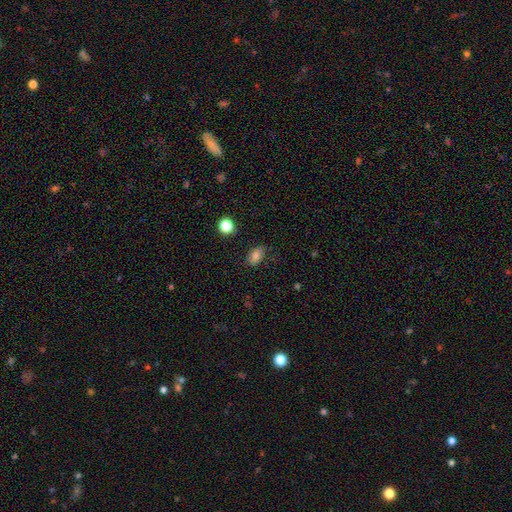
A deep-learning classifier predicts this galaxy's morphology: smooth_or_featured: smooth (p=0.77) [alt: featured or disk p=0.12]
how_rounded: in between (p=0.86) [alt: round p=0.13]
merging: none (p=0.78) [alt: minor disturbance p=0.17]